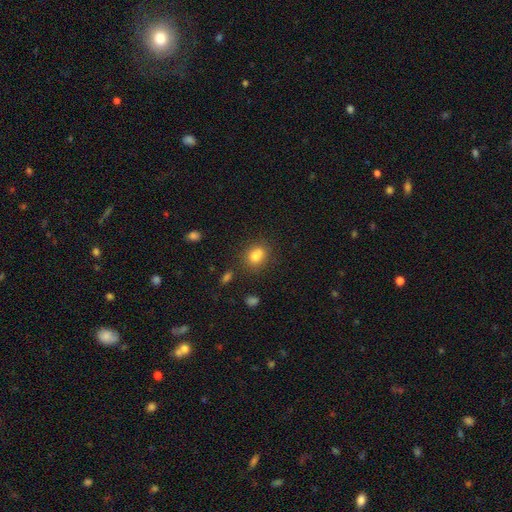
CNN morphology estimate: A smooth galaxy with no disk features (76%) that is round (61%).

Vote fractions:
- Smooth or featured? smooth: 76% / star or artifact: 13% / featured or disk: 11%
- How rounded? round: 61% / in between: 38% / cigar-shaped: 1%
- Merging? none: 52% / merger: 30% / minor disturbance: 13% / major disturbance: 4%